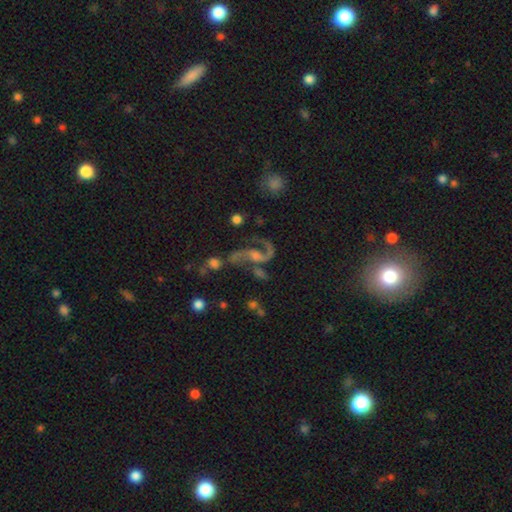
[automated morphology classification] featured or disk 80%, star or artifact 11%, smooth 9%. Down the decision tree: edge-on disk — no (96%); bar — no (53%); spiral arms — yes (92%); spiral arm count — 2 (79%); spiral winding — loose (64%); bulge size — moderate (45%); merging — none (37%).